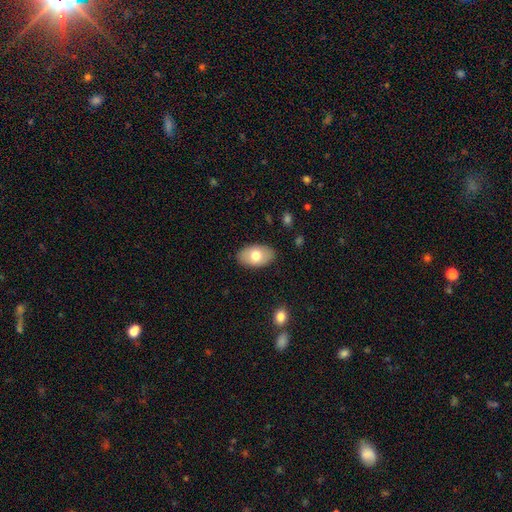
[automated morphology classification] Smooth or featured?
  - smooth: 73% *
  - featured or disk: 21%
  - star or artifact: 6%
How rounded?
  - in between: 93% *
  - round: 6%
  - cigar-shaped: 1%
Merging?
  - none: 87% *
  - minor disturbance: 10%
  - major disturbance: 2%
  - merger: 1%